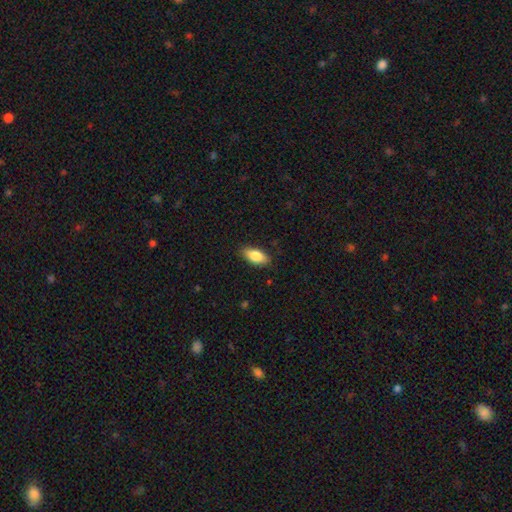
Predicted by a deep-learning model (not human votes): This appears to be a smooth galaxy with no disk features (83%) that is in between round and cigar-shaped (87%). Merging: none (86%).